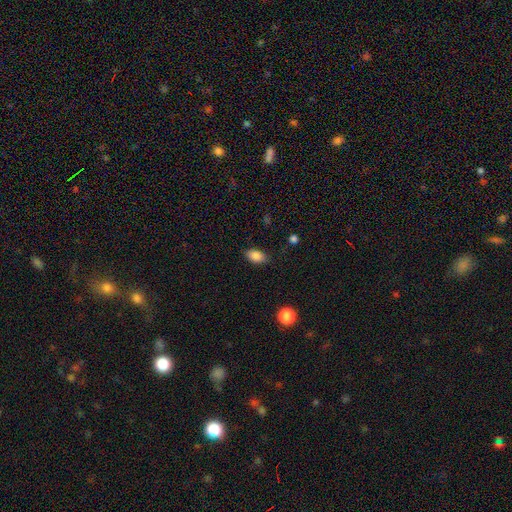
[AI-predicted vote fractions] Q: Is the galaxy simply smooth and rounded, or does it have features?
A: smooth — 87%.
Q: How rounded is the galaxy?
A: in between — 89%.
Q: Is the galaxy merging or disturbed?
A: none — 84%.